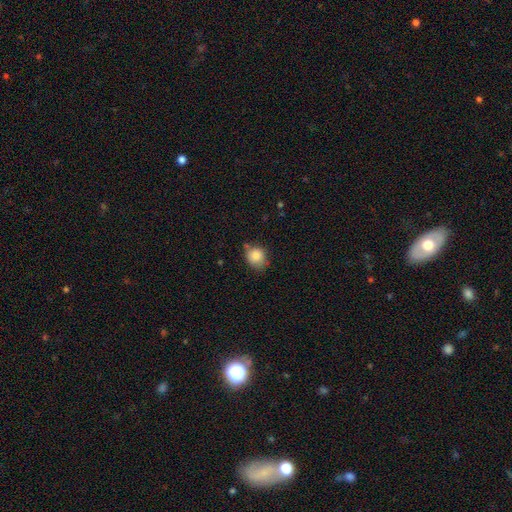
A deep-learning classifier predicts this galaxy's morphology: Q: Smooth or featured?
A: smooth (84%); runner-up: star or artifact (9%)
Q: How rounded?
A: round (68%); runner-up: in between (31%)
Q: Merging?
A: none (61%); runner-up: minor disturbance (28%)